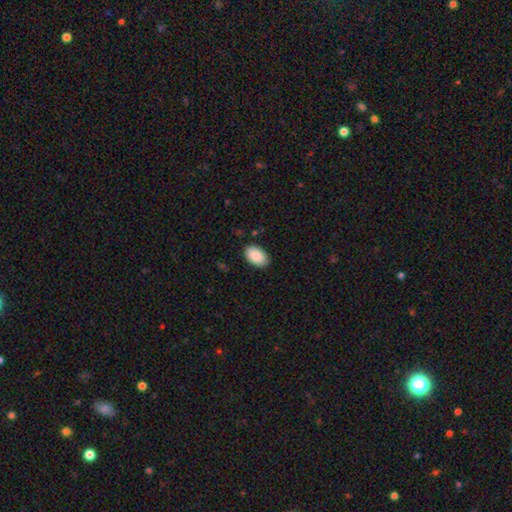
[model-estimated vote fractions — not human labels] A smooth galaxy with no disk features (90%) that is in between round and cigar-shaped (94%). Merging: none (86%).